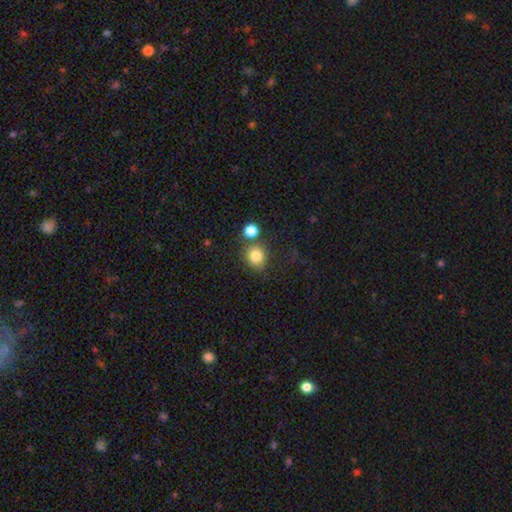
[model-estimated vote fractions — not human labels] The model was most divided on "merging": none: 72%, merger: 14%, minor disturbance: 10%, major disturbance: 3%. More confident: how rounded — round (83%); smooth or featured — smooth (82%).